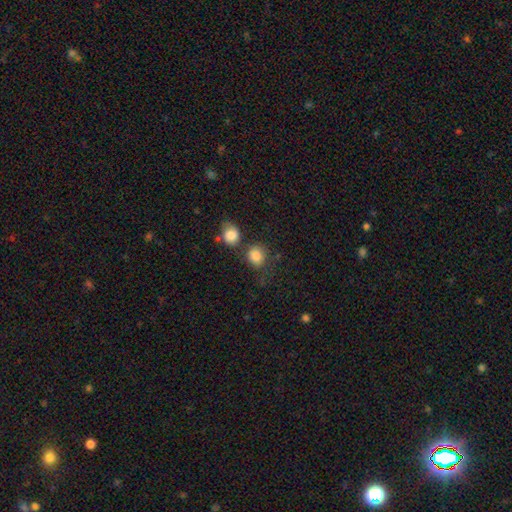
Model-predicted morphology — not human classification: type=smooth (85%); roundness=round (70%); merging=none (58%).